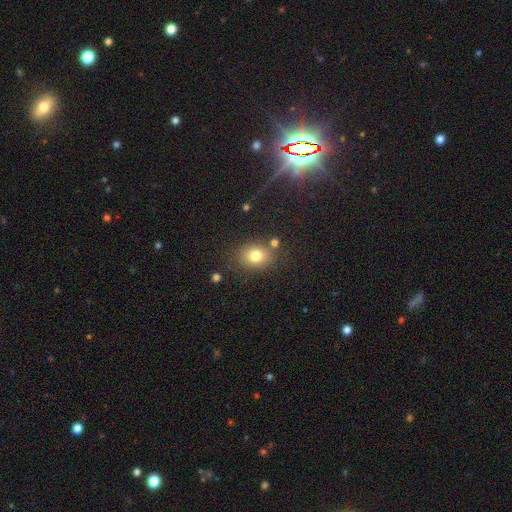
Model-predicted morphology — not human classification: Q: Smooth or featured?
A: smooth (78%); runner-up: star or artifact (13%)
Q: How rounded?
A: round (50%); runner-up: in between (49%)
Q: Merging?
A: none (78%); runner-up: minor disturbance (12%)